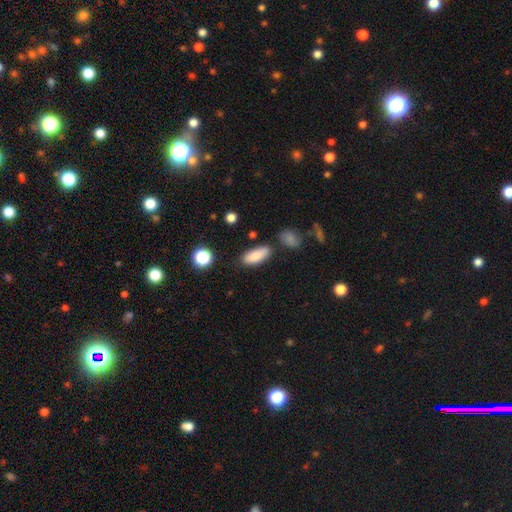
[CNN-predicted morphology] smooth-or-featured: smooth: 84% | star or artifact: 8% | featured or disk: 8%
  how-rounded: in between: 79% | cigar-shaped: 19% | round: 3%
  merging: none: 76% | minor disturbance: 14% | merger: 6% | major disturbance: 4%